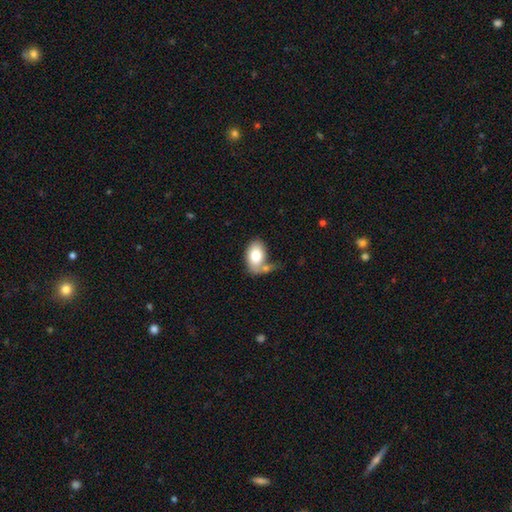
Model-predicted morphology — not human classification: This appears to be a smooth galaxy with no disk features (79%) that is in between round and cigar-shaped (89%). Merging: none (43%).